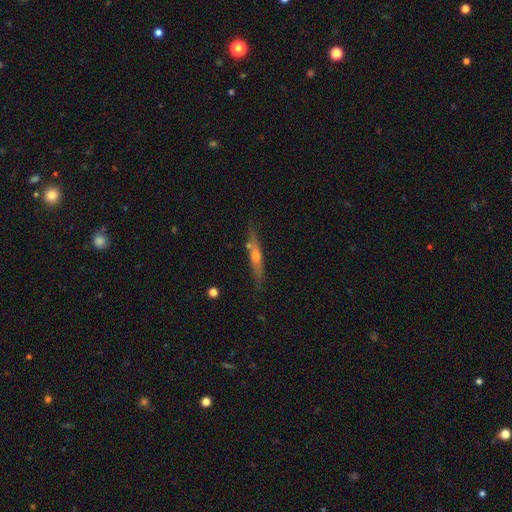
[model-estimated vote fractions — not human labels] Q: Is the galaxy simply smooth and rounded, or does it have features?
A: featured or disk — 57%.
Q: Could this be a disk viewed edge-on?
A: yes — 90%.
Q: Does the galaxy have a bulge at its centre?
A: rounded — 78%.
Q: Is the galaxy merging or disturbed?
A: none — 77%.